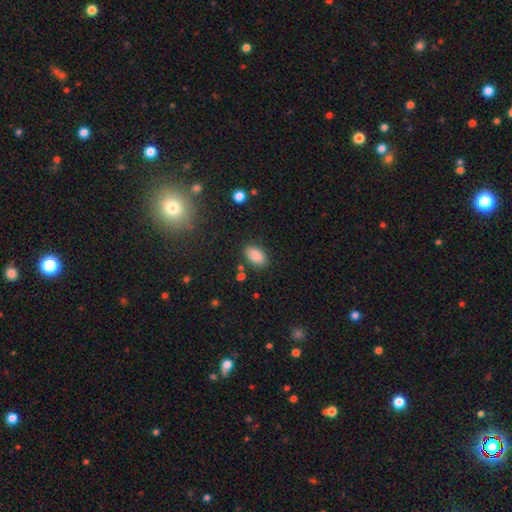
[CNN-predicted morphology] type=smooth (85%); roundness=in between (91%); merging=none (84%).